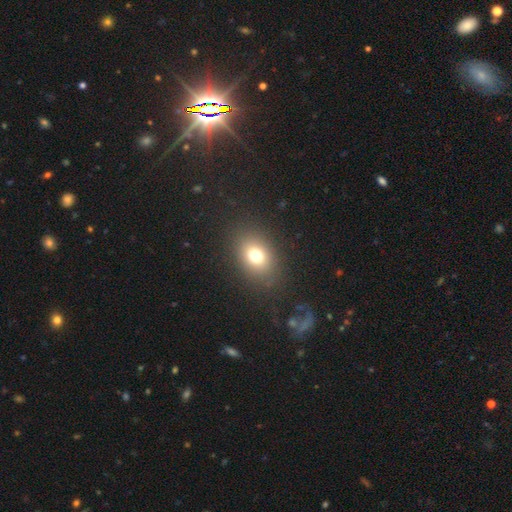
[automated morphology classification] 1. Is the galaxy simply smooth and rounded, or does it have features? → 74% smooth, 14% star or artifact, 12% featured or disk.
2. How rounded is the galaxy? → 62% in between, 37% round, 1% cigar-shaped.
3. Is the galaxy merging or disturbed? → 85% none, 9% minor disturbance, 5% major disturbance, 1% merger.